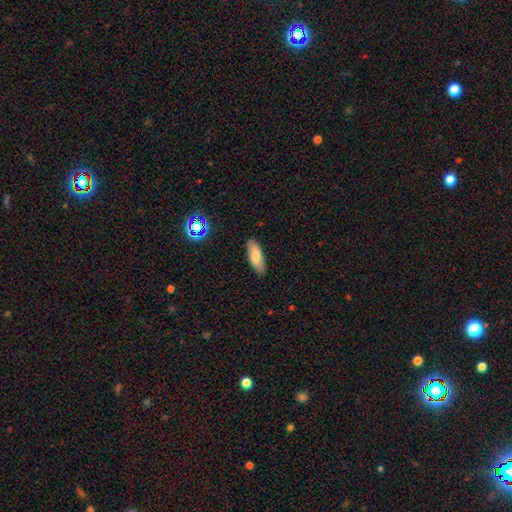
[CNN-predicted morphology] Smooth or featured?
  - smooth: 78% *
  - featured or disk: 14%
  - star or artifact: 8%
How rounded?
  - in between: 68% *
  - cigar-shaped: 30%
  - round: 2%
Merging?
  - none: 86% *
  - minor disturbance: 10%
  - major disturbance: 2%
  - merger: 1%